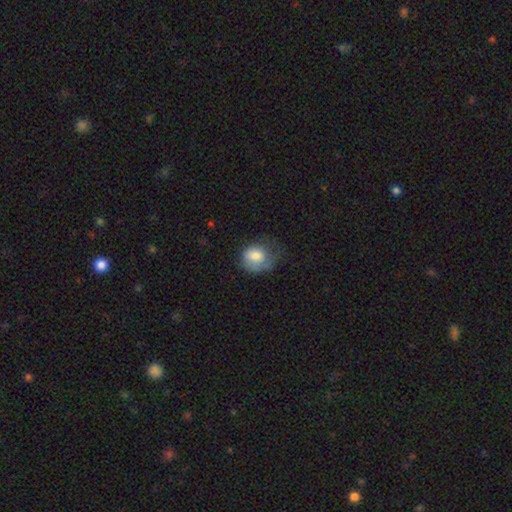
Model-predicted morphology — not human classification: Q: Smooth or featured?
A: smooth (72%); runner-up: featured or disk (21%)
Q: How rounded?
A: round (56%); runner-up: in between (44%)
Q: Merging?
A: major disturbance (34%); runner-up: none (33%)